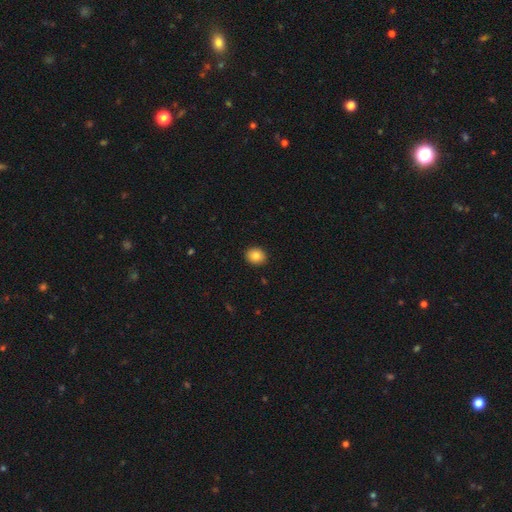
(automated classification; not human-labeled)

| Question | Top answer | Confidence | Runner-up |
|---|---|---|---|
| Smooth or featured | smooth | 84% | star or artifact (9%) |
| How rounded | round | 71% | in between (28%) |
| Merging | none | 92% | minor disturbance (6%) |